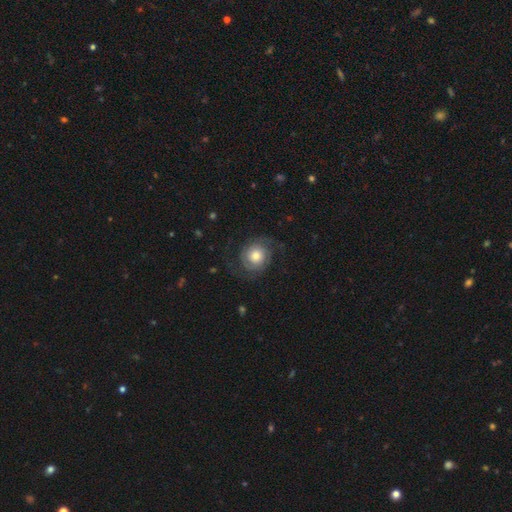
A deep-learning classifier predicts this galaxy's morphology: Q: Smooth or featured?
A: featured or disk (68%); runner-up: smooth (25%)
Q: Edge-on disk?
A: no (98%); runner-up: yes (2%)
Q: Bar?
A: no (79%); runner-up: weak (18%)
Q: Spiral arms?
A: yes (93%); runner-up: no (7%)
Q: Spiral winding?
A: medium (40%); runner-up: tight (38%)
Q: Spiral arm count?
A: 2 (82%); runner-up: can't tell (6%)
Q: Bulge size?
A: moderate (52%); runner-up: large (31%)
Q: Merging?
A: none (74%); runner-up: minor disturbance (14%)